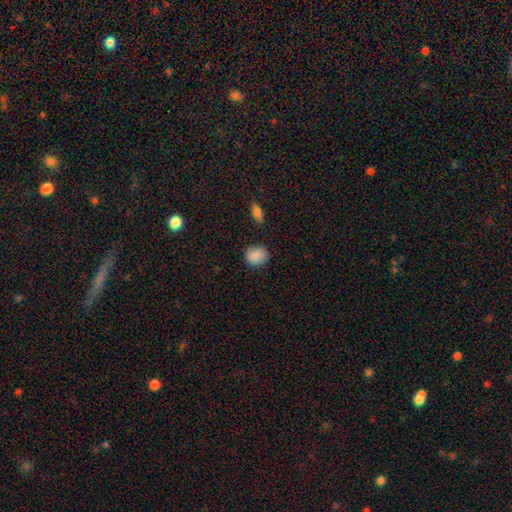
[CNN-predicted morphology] This appears to be a smooth galaxy with no disk features (88%) that is round (61%). Merging: none (82%).